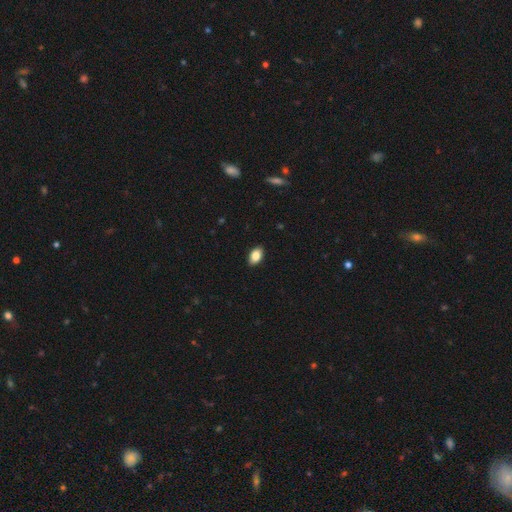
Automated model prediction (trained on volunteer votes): A smooth galaxy with no disk features (85%) that is in between round and cigar-shaped (91%). Merging: none (89%).